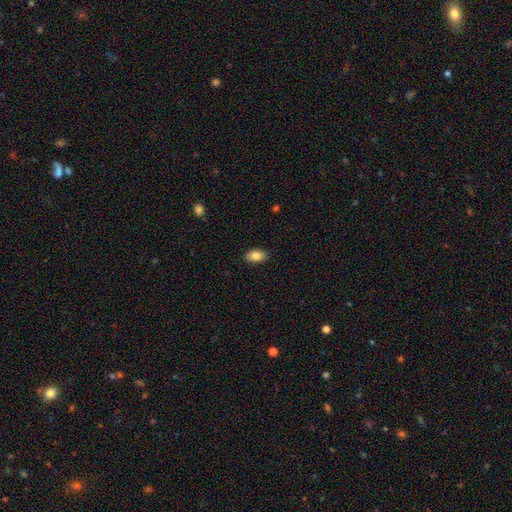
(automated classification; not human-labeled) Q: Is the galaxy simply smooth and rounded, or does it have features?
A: smooth — 85%.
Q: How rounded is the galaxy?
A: in between — 92%.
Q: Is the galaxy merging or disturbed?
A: none — 89%.